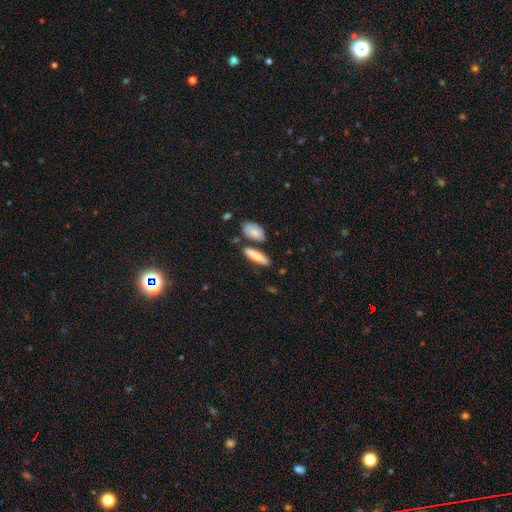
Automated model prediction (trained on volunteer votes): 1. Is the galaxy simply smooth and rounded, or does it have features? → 80% smooth, 14% featured or disk, 6% star or artifact.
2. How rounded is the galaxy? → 58% cigar-shaped, 39% in between, 3% round.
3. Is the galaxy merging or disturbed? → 73% none, 12% minor disturbance, 12% merger, 3% major disturbance.